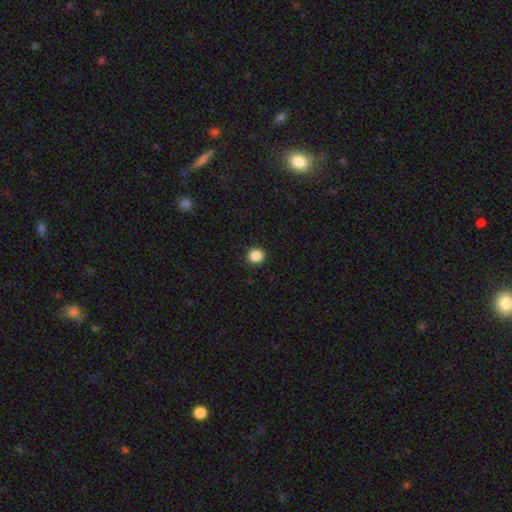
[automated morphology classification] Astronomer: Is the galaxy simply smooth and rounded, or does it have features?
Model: smooth — 87%.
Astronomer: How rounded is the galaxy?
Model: round — 79%.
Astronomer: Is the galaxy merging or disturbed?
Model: none — 91%.